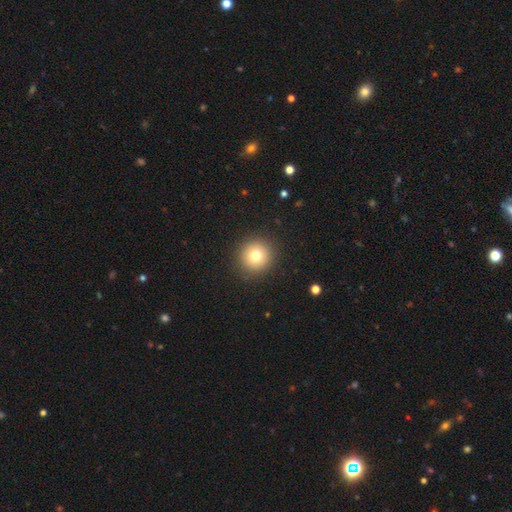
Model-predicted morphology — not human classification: A smooth galaxy with no disk features (77%) that is round (95%). Merging: none (91%).